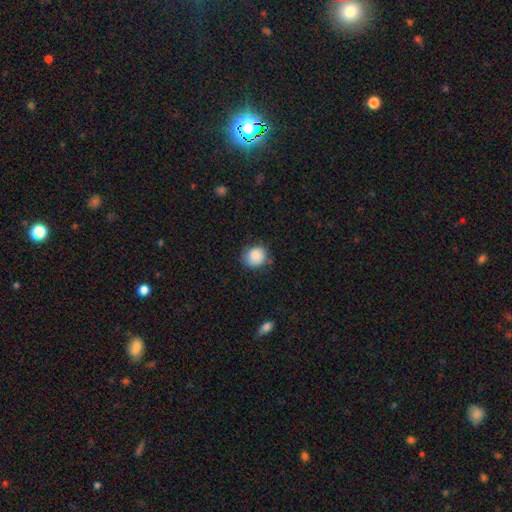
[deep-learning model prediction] Smooth or featured? smooth (85%)
How rounded? round (79%)
Merging? none (70%)